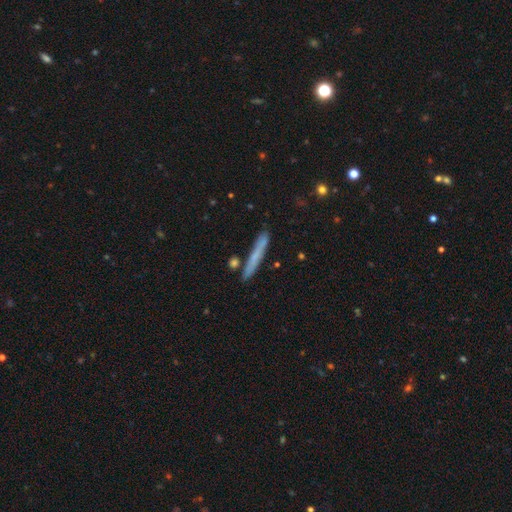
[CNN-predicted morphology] This appears to be a smooth galaxy with no disk features (63%) that is cigar-shaped (96%). Merging: none (83%).